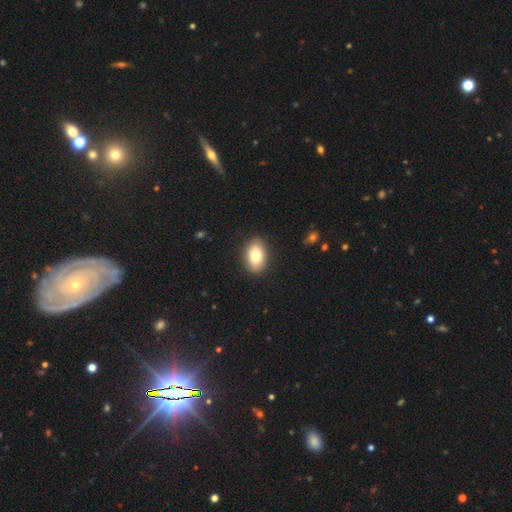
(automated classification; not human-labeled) smooth-or-featured: smooth: 79% | featured or disk: 13% | star or artifact: 7%
  how-rounded: in between: 88% | round: 11% | cigar-shaped: 1%
  merging: none: 88% | minor disturbance: 9% | major disturbance: 2% | merger: 1%